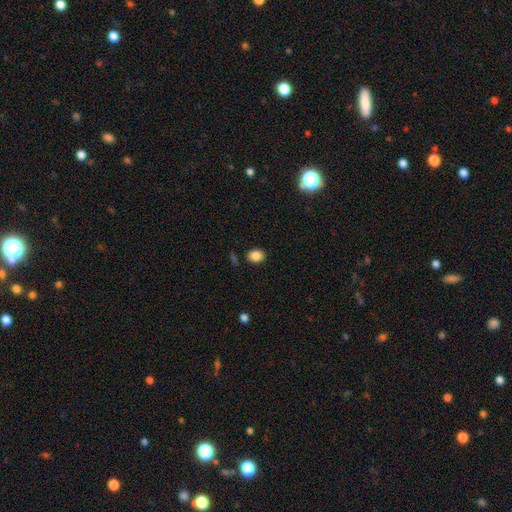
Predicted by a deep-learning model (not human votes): Q: Smooth or featured?
A: smooth (86%); runner-up: star or artifact (9%)
Q: How rounded?
A: in between (59%); runner-up: round (40%)
Q: Merging?
A: none (86%); runner-up: minor disturbance (9%)